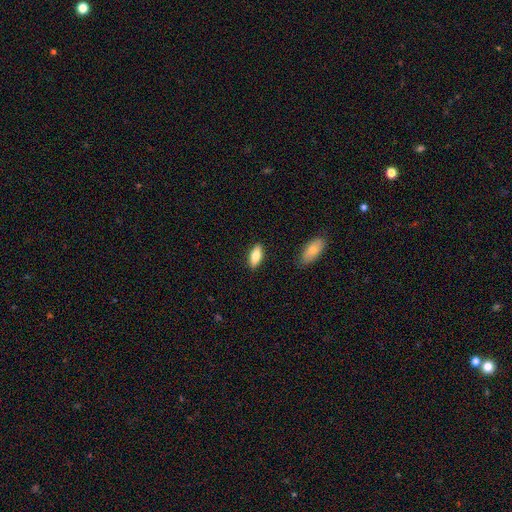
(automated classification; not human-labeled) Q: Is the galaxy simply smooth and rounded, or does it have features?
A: smooth — 76%.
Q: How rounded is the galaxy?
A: in between — 79%.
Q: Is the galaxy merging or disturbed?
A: none — 87%.